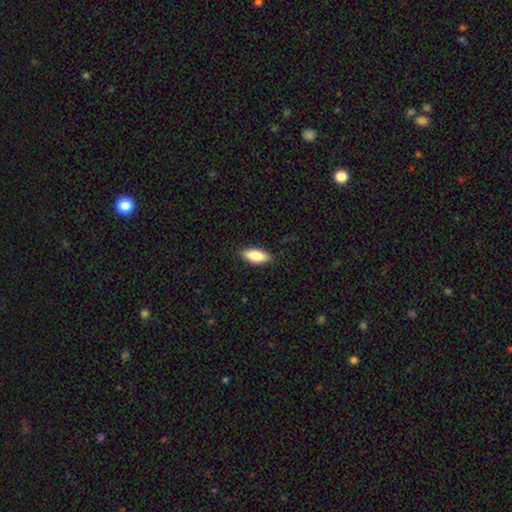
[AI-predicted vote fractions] smooth-or-featured: smooth: 84% | featured or disk: 10% | star or artifact: 6%
  how-rounded: in between: 83% | cigar-shaped: 15% | round: 2%
  merging: none: 87% | minor disturbance: 10% | major disturbance: 2% | merger: 1%